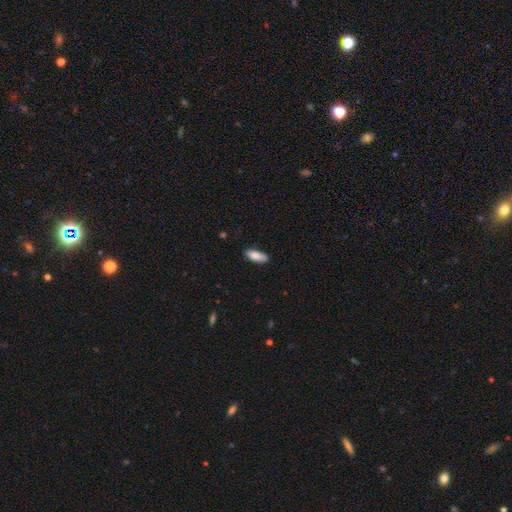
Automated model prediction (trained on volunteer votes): This is clearly a smooth galaxy (85%). How rounded: likely in between (73%). Merging: clearly none (85%).